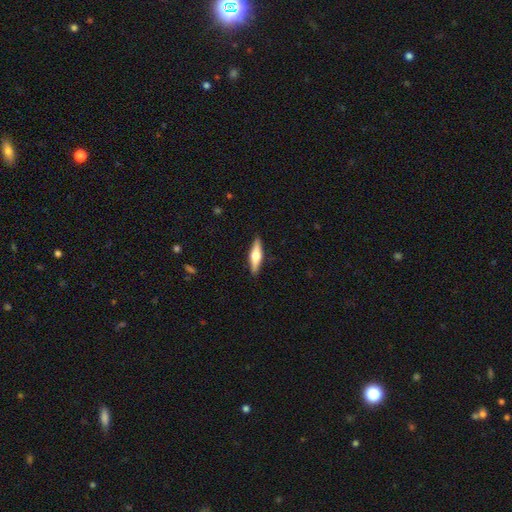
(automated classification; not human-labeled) Smooth or featured: featured or disk — 53% (smooth — 41%)
Edge-on disk: yes — 95% (no — 5%)
Edge-on bulge: rounded — 92% (boxy — 6%)
Merging: none — 90% (minor disturbance — 8%)